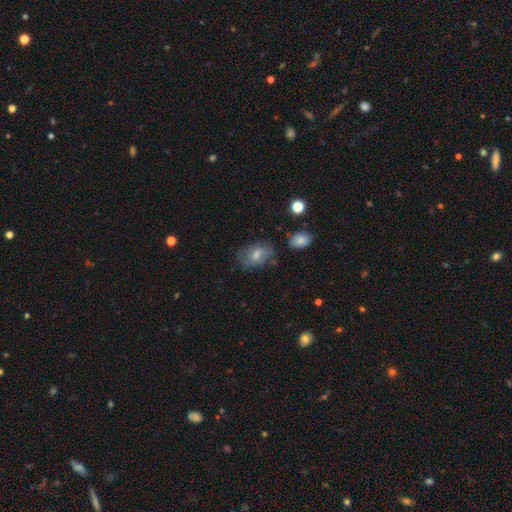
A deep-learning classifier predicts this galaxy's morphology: smooth_or_featured: smooth (p=0.54) [alt: featured or disk p=0.32]
how_rounded: in between (p=0.73) [alt: round p=0.25]
merging: none (p=0.67) [alt: minor disturbance p=0.22]